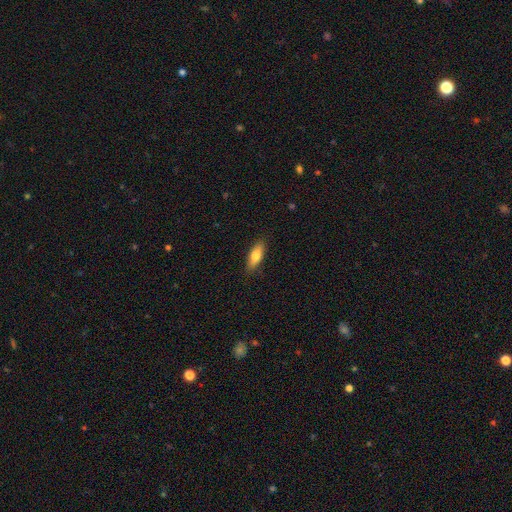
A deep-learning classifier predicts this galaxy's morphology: type=smooth (74%); roundness=in between (63%); merging=none (87%).